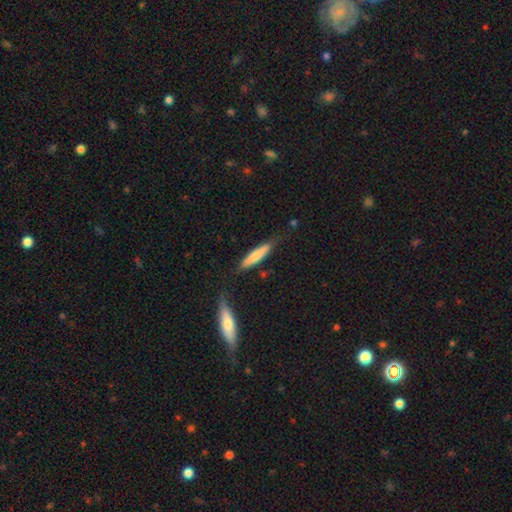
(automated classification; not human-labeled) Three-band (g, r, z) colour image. It shows a smooth galaxy with no disk features (71%) that is cigar-shaped (85%). Merging: none (75%).